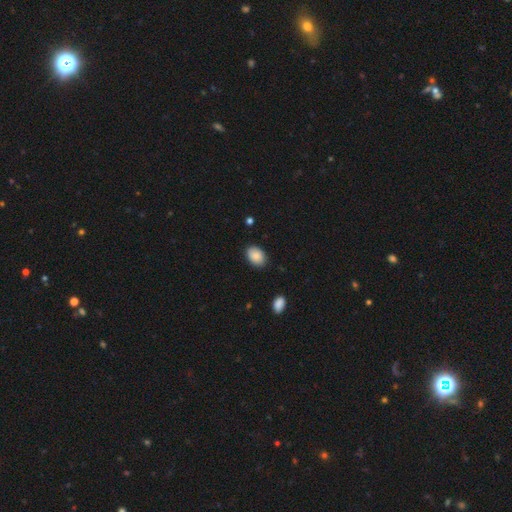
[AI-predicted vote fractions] smooth 88%, star or artifact 7%, featured or disk 5%. Down the decision tree: how rounded — in between (84%); merging — none (85%).